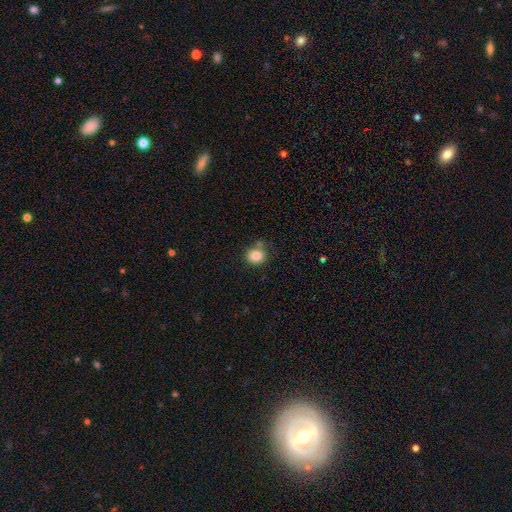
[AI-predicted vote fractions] The model was most divided on "how rounded": round: 67%, in between: 32%, cigar-shaped: 1%. More confident: smooth or featured — smooth (85%); merging — none (73%).